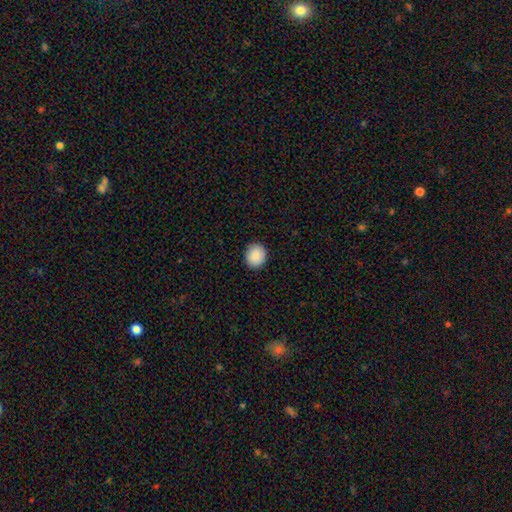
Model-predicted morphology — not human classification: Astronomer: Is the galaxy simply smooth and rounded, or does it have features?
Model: smooth — 89%.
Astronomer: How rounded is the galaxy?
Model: round — 84%.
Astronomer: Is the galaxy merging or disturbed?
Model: none — 91%.